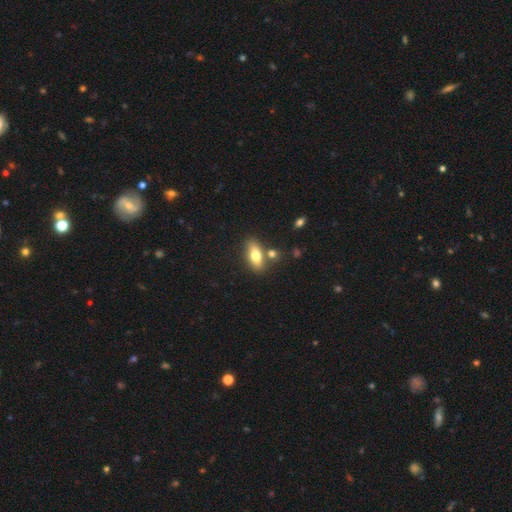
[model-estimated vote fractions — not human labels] Overall: smooth (70%). How rounded: in between (75%). Merging: none (72%).